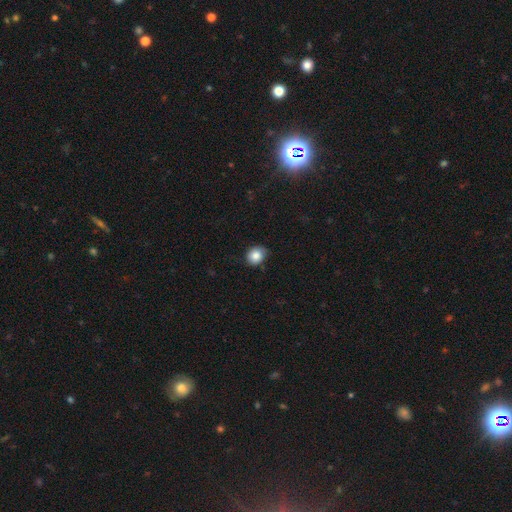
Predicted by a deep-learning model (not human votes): The model was most divided on "how rounded": round: 70%, in between: 29%, cigar-shaped: 1%. More confident: smooth or featured — smooth (84%); merging — none (76%).